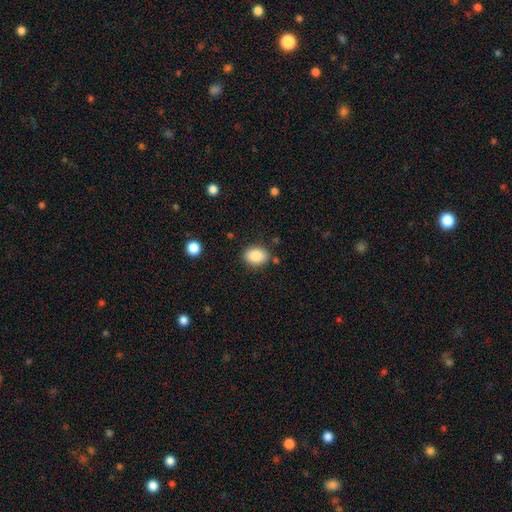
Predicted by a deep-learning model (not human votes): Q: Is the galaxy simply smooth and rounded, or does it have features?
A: smooth — 88%.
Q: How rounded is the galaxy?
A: in between — 72%.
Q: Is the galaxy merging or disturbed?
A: none — 84%.